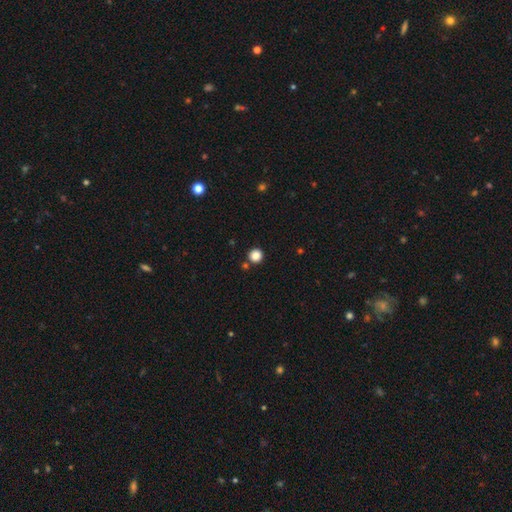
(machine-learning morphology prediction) Q: Smooth or featured?
A: smooth (86%); runner-up: star or artifact (11%)
Q: How rounded?
A: round (94%); runner-up: in between (5%)
Q: Merging?
A: none (86%); runner-up: merger (6%)